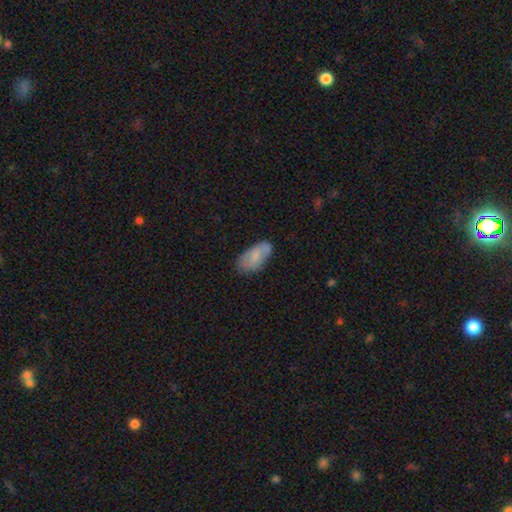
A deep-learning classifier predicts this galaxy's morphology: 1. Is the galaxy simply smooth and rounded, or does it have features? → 71% smooth, 23% featured or disk, 6% star or artifact.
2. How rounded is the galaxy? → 92% in between, 5% cigar-shaped, 3% round.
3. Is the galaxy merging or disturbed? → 70% none, 23% minor disturbance, 5% major disturbance, 2% merger.